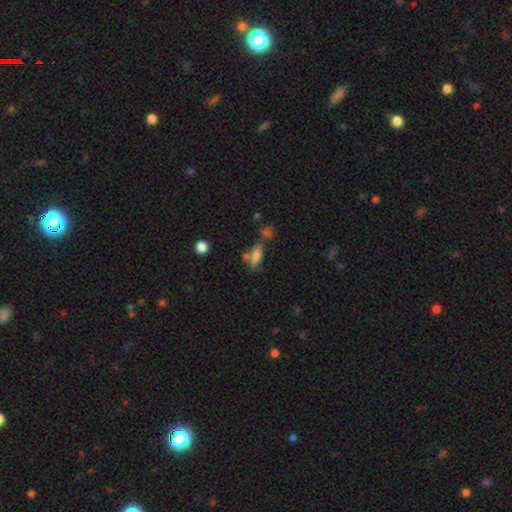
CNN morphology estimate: This appears to be a smooth galaxy with no disk features (74%) that is in between round and cigar-shaped (64%). Merging: none (53%).